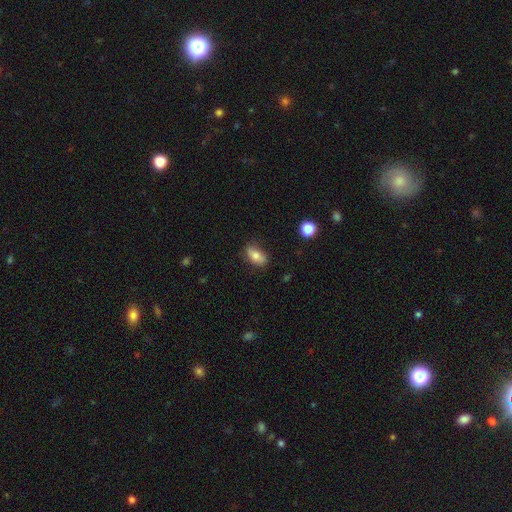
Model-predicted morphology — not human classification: This appears to be a smooth galaxy with no disk features (77%) that is in between round and cigar-shaped (87%). Merging: none (76%).